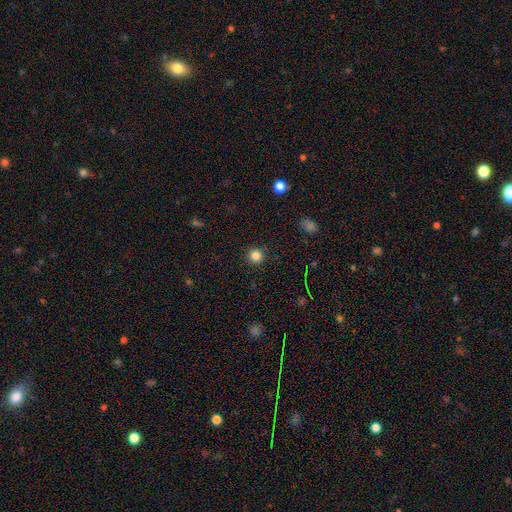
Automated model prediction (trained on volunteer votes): Smooth or featured: smooth — 83% (star or artifact — 12%)
How rounded: round — 95% (in between — 4%)
Merging: none — 92% (minor disturbance — 5%)